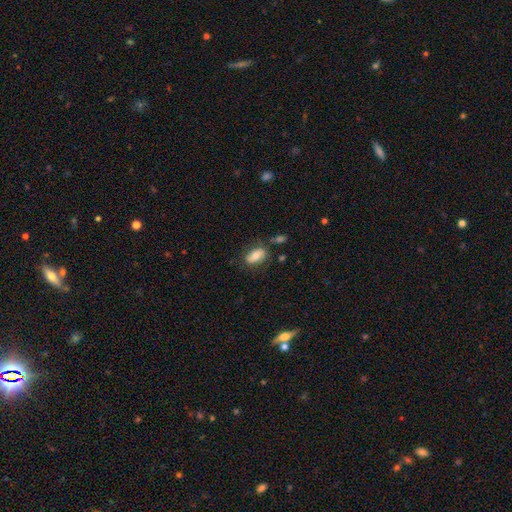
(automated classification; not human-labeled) A smooth galaxy with no disk features (64%) that is in between round and cigar-shaped (89%). Merging: none (69%).